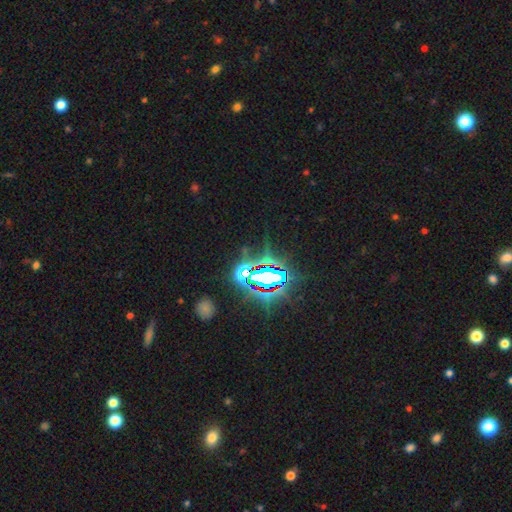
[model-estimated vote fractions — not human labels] This is clearly a star or artifact rather than a galaxy (80%).